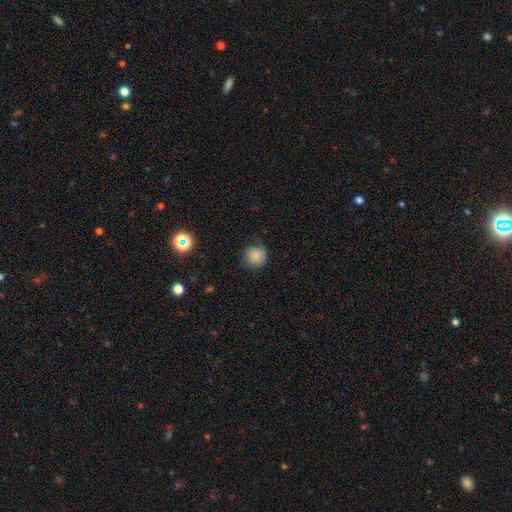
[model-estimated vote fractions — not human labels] The model was most divided on "merging": none: 69%, minor disturbance: 22%, major disturbance: 7%, merger: 1%. More confident: how rounded — round (90%); smooth or featured — smooth (79%).